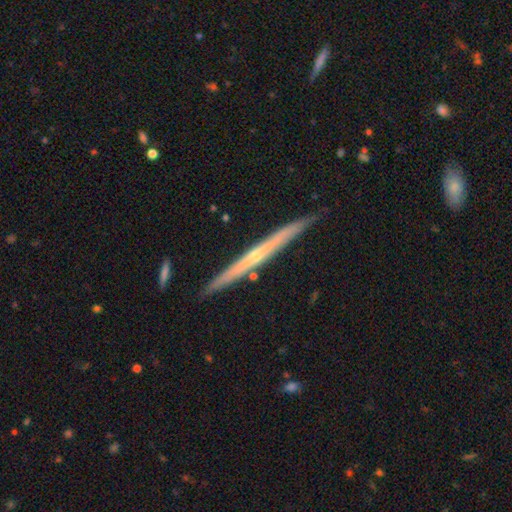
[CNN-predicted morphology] featured or disk 74%, smooth 20%, star or artifact 6%. Down the decision tree: edge-on disk — yes (97%); edge-on bulge — rounded (55%); merging — none (88%).